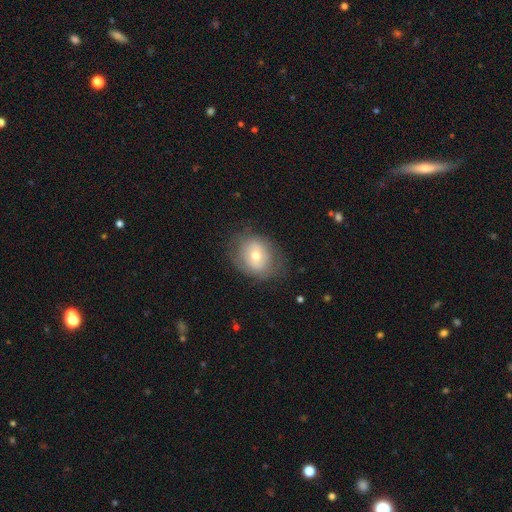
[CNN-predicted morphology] A smooth galaxy with no disk features (58%) that is round (56%).

Vote fractions:
- Smooth or featured? smooth: 58% / featured or disk: 32% / star or artifact: 9%
- How rounded? round: 56% / in between: 43% / cigar-shaped: 1%
- Merging? none: 70% / minor disturbance: 19% / major disturbance: 9% / merger: 1%